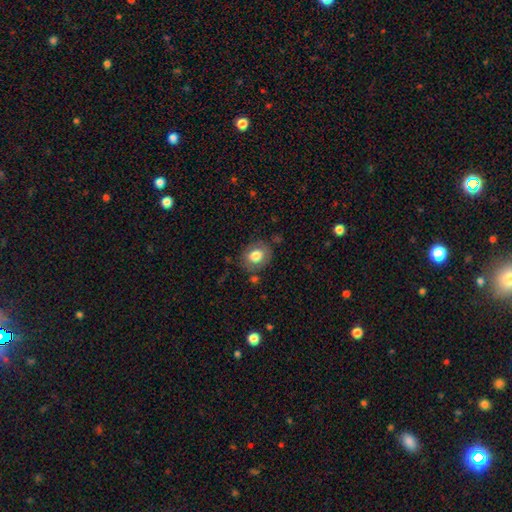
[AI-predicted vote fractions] Q: Smooth or featured?
A: smooth (76%); runner-up: featured or disk (16%)
Q: How rounded?
A: round (62%); runner-up: in between (37%)
Q: Merging?
A: none (76%); runner-up: minor disturbance (15%)